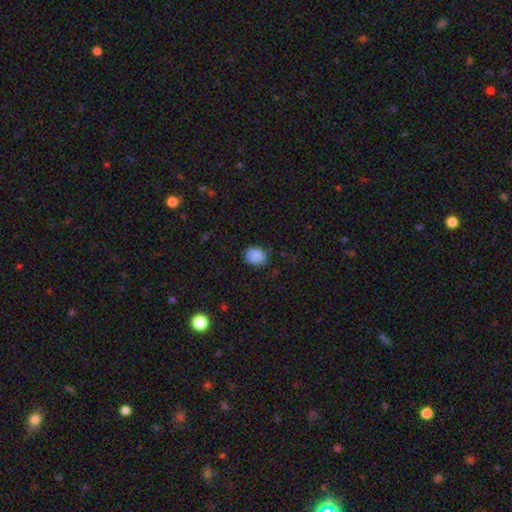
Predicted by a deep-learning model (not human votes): Q: Smooth or featured?
A: smooth (88%); runner-up: star or artifact (9%)
Q: How rounded?
A: in between (52%); runner-up: round (47%)
Q: Merging?
A: none (74%); runner-up: minor disturbance (21%)